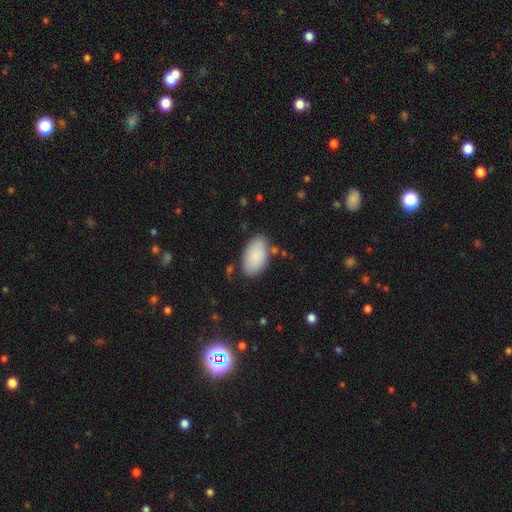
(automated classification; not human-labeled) Morphology: type=smooth (87%); roundness=in between (95%); merging=none (79%).